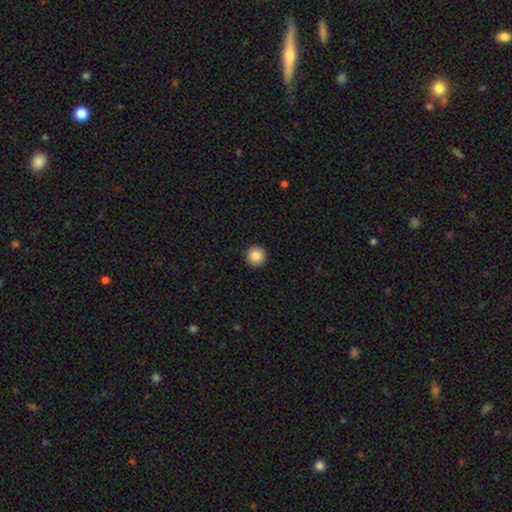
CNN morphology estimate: A smooth galaxy with no disk features (86%) that is round (96%). Merging: none (94%).